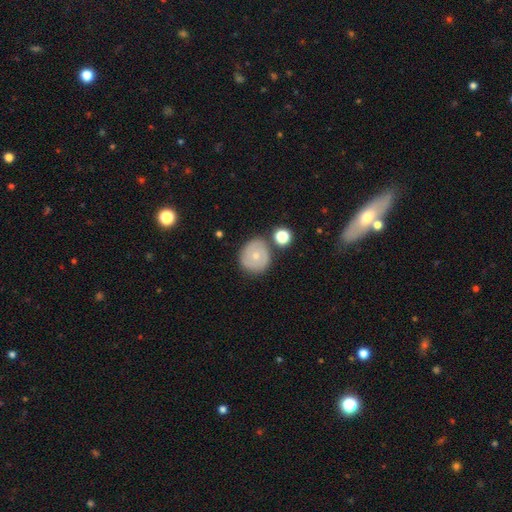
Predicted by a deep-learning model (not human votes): Smooth or featured?
  - smooth: 52% *
  - featured or disk: 40%
  - star or artifact: 8%
How rounded?
  - round: 87% *
  - in between: 12%
  - cigar-shaped: 1%
Merging?
  - none: 72% *
  - minor disturbance: 15%
  - merger: 8%
  - major disturbance: 4%